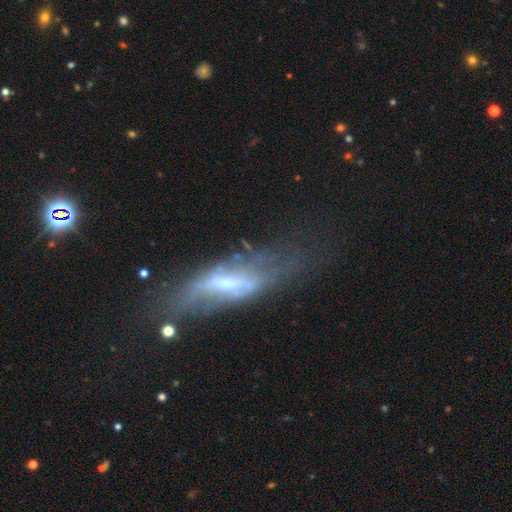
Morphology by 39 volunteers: Q: Smooth or featured?
A: featured or disk (67%); runner-up: smooth (28%)
Q: Edge-on disk?
A: no (81%); runner-up: yes (19%)
Q: Bar?
A: weak (43%); runner-up: strong (33%)
Q: Spiral arms?
A: no (67%); runner-up: yes (33%)
Q: Bulge size?
A: small (57%); runner-up: moderate (24%)
Q: Merging?
A: none (43%); runner-up: major disturbance (30%)